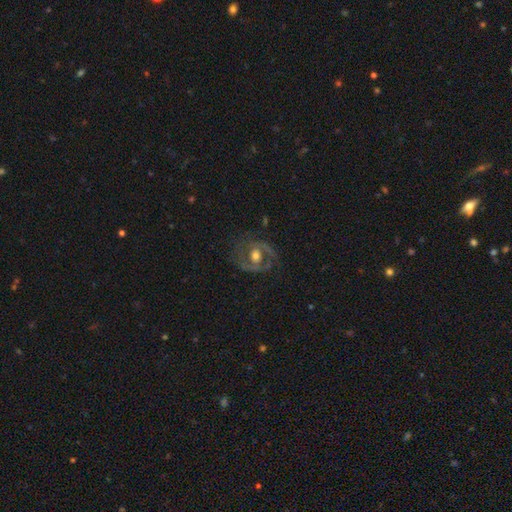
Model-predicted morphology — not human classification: Smooth or featured? Predicted: featured or disk (p=0.71). Edge-on disk? Predicted: no (p=0.97). Bar? Predicted: no (p=0.65). Spiral arms? Predicted: yes (p=0.68). Bulge size? Predicted: moderate (p=0.65). Merging? Predicted: none (p=0.66).